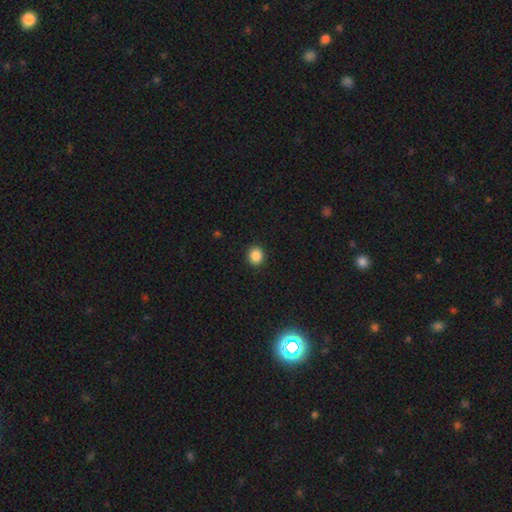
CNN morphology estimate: A smooth galaxy with no disk features (86%) that is round (84%). Merging: none (92%).